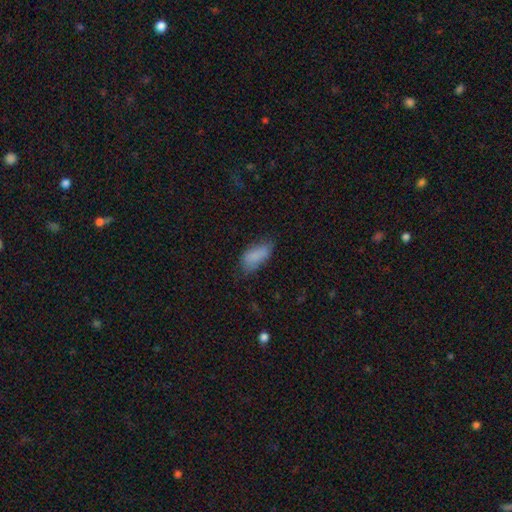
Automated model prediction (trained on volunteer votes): Morphology: type=smooth (82%); roundness=in between (88%); merging=none (55%).